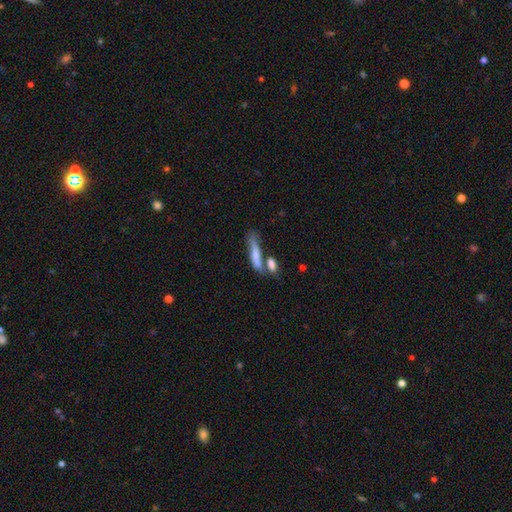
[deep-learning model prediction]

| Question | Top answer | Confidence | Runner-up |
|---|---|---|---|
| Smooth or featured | smooth | 69% | featured or disk (24%) |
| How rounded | cigar-shaped | 73% | in between (23%) |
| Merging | none | 43% | merger (33%) |